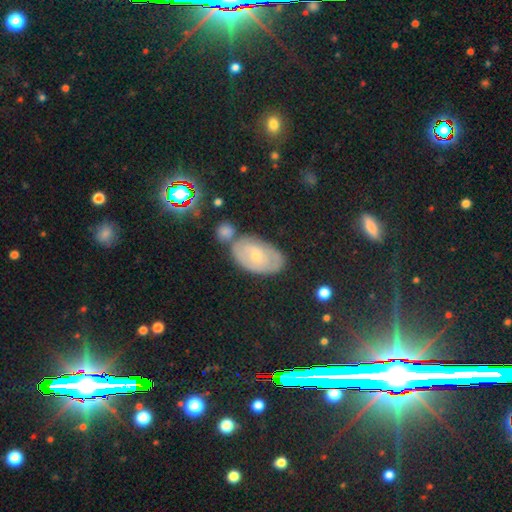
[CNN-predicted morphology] Smooth or featured? smooth (40%)
Merging? none (65%)